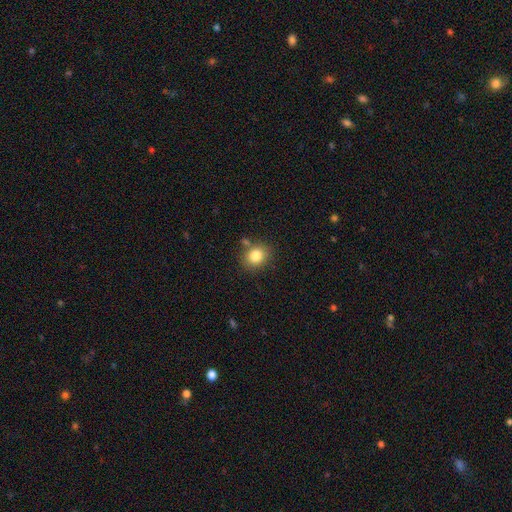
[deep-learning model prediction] smooth 83%, star or artifact 10%, featured or disk 7%. Down the decision tree: how rounded — round (62%); merging — none (75%).